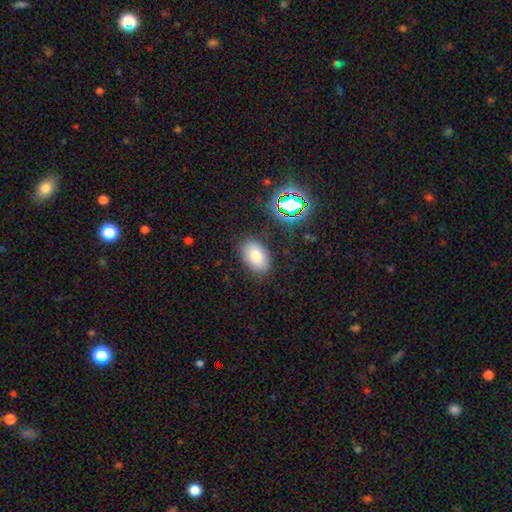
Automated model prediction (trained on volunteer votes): The model was most divided on "smooth or featured": smooth: 78%, star or artifact: 12%, featured or disk: 10%. More confident: how rounded — in between (89%); merging — none (82%).